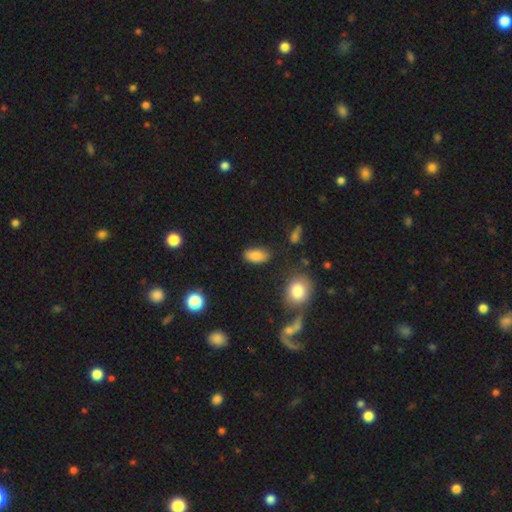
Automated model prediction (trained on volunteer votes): A smooth galaxy with no disk features (85%) that is in between round and cigar-shaped (91%). Merging: none (77%).